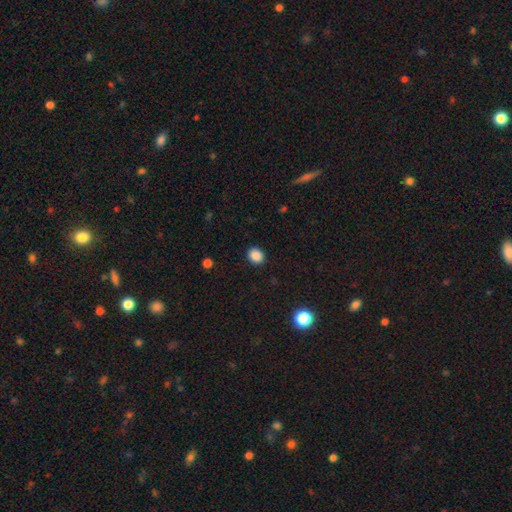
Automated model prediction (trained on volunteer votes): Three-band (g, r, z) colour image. It shows a smooth galaxy with no disk features (88%) that is round (63%). Merging: none (90%).